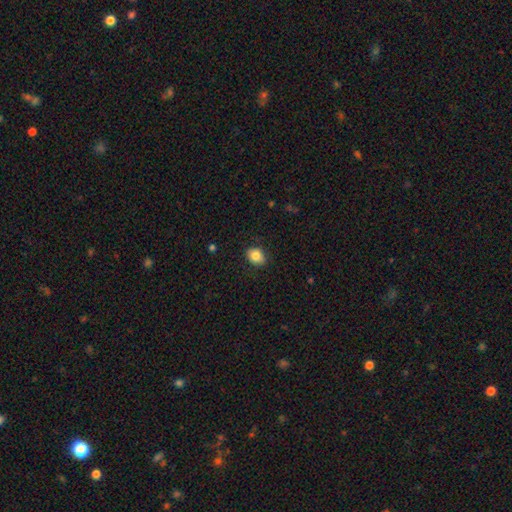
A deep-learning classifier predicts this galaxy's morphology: Smooth or featured? Predicted: smooth (p=0.83). How rounded? Predicted: in between (p=0.66). Merging? Predicted: none (p=0.85).